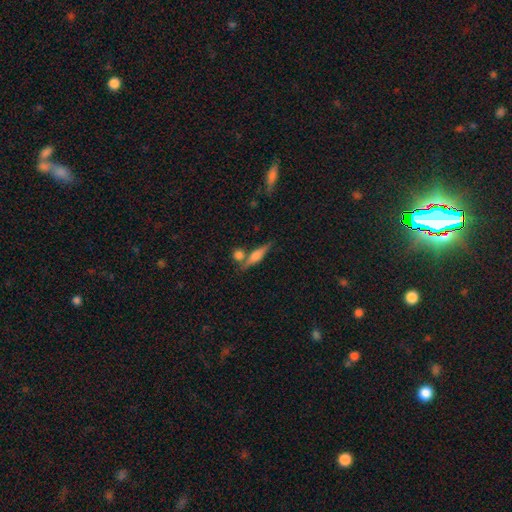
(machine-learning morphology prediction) Smooth or featured?
  - featured or disk: 48% *
  - smooth: 44%
  - star or artifact: 8%
Merging?
  - none: 66% *
  - merger: 19%
  - minor disturbance: 11%
  - major disturbance: 4%